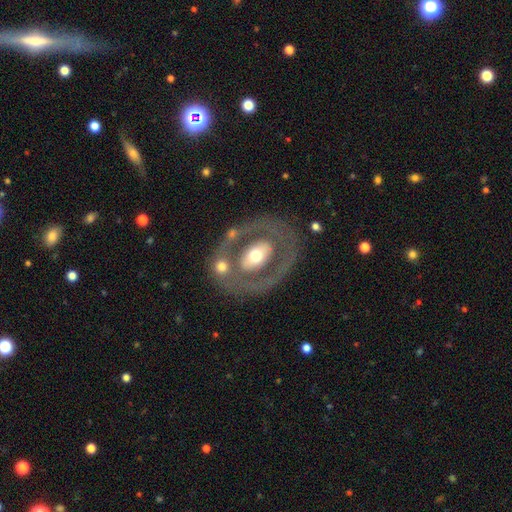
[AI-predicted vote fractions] Smooth or featured? Predicted: featured or disk (p=0.61). Edge-on disk? Predicted: no (p=0.93). Bar? Predicted: no (p=0.70). Spiral arms? Predicted: no (p=0.84). Bulge size? Predicted: moderate (p=0.67). Merging? Predicted: none (p=0.64).